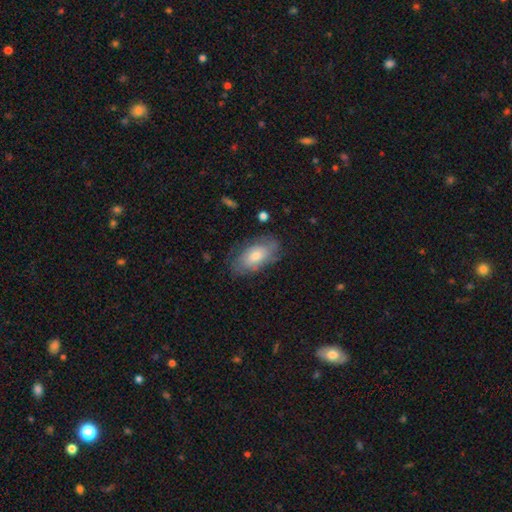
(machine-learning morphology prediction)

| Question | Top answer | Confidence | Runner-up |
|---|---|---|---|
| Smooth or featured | smooth | 57% | featured or disk (36%) |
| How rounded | in between | 91% | round (5%) |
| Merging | none | 72% | minor disturbance (20%) |